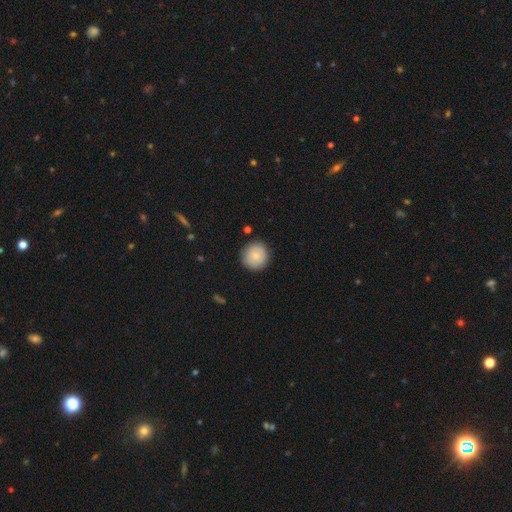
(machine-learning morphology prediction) smooth 80%, featured or disk 13%, star or artifact 7%. Down the decision tree: how rounded — round (92%); merging — none (87%).